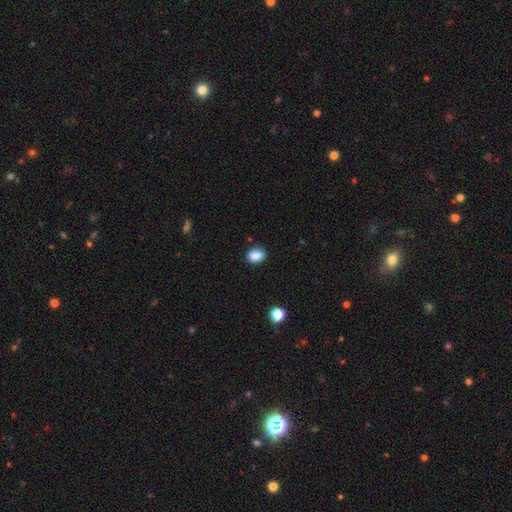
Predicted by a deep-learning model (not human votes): Overall: smooth (87%). How rounded: in between (66%; round 33%). Merging: none (81%).